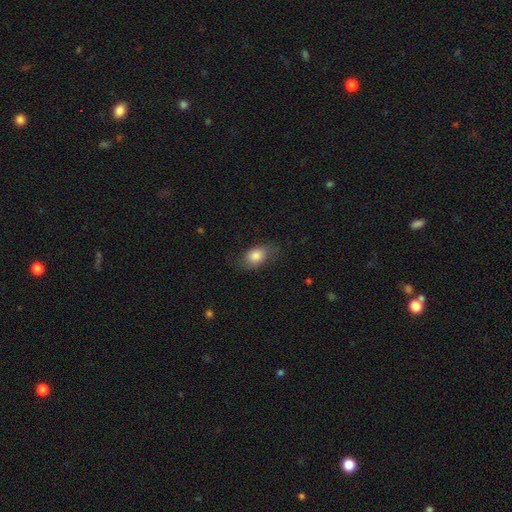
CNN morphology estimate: Q: Smooth or featured?
A: smooth (72%); runner-up: featured or disk (20%)
Q: How rounded?
A: in between (81%); runner-up: round (17%)
Q: Merging?
A: none (67%); runner-up: minor disturbance (23%)